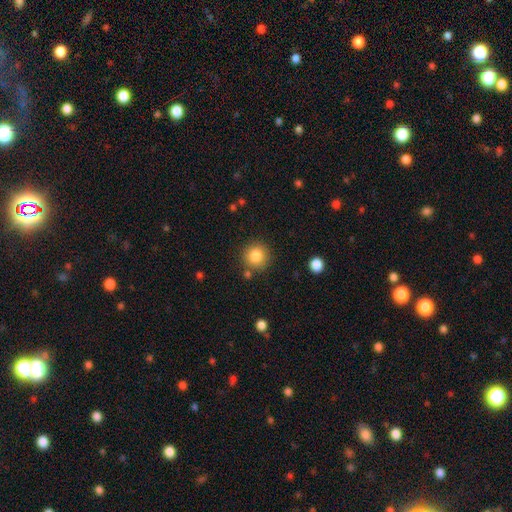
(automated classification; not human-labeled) Smooth or featured? Predicted: smooth (p=0.85). How rounded? Predicted: round (p=0.93). Merging? Predicted: none (p=0.84).